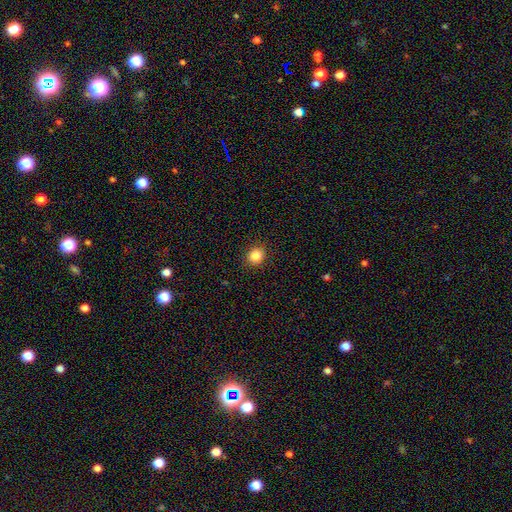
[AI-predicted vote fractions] The model was most divided on "how rounded": round: 84%, in between: 15%, cigar-shaped: 1%. More confident: merging — none (91%); smooth or featured — smooth (84%).